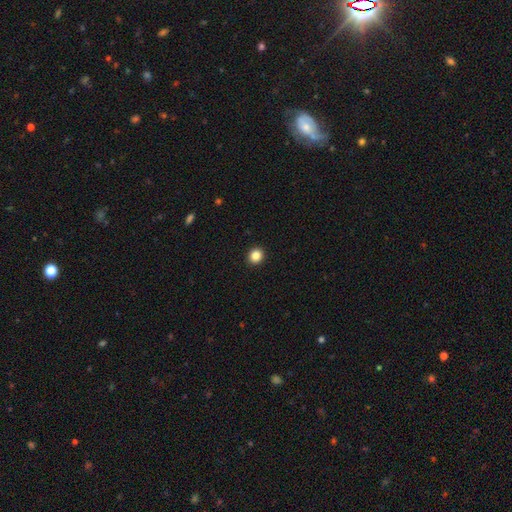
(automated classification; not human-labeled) smooth_or_featured: smooth (p=0.86) [alt: star or artifact p=0.11]
how_rounded: round (p=0.86) [alt: in between p=0.13]
merging: none (p=0.93) [alt: minor disturbance p=0.04]